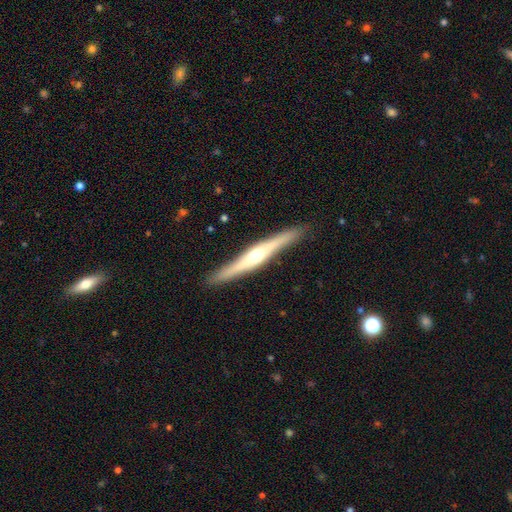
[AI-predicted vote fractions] A featured or disk galaxy (75%) viewed edge-on (97%) with a rounded central bulge (87%). Merging: none (90%).